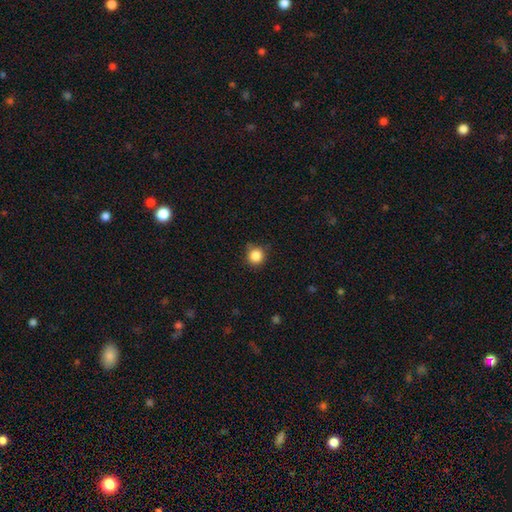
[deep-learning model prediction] A smooth galaxy with no disk features (86%) that is round (93%).

Vote fractions:
- Smooth or featured? smooth: 86% / star or artifact: 11% / featured or disk: 4%
- How rounded? round: 93% / in between: 6% / cigar-shaped: 1%
- Merging? none: 81% / minor disturbance: 14% / major disturbance: 3% / merger: 2%